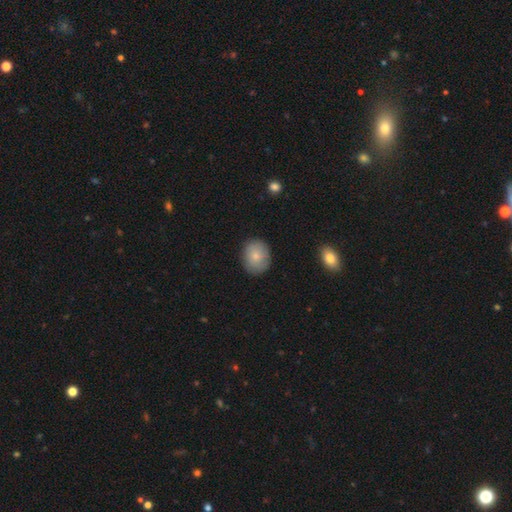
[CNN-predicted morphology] This appears to be a smooth galaxy with no disk features (80%) that is round (58%). Merging: none (85%).